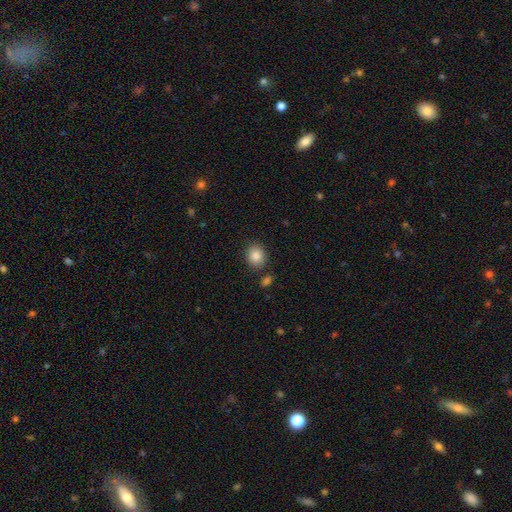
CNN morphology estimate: This is clearly a smooth galaxy (87%). How rounded: likely round (65%). Merging: clearly none (84%).